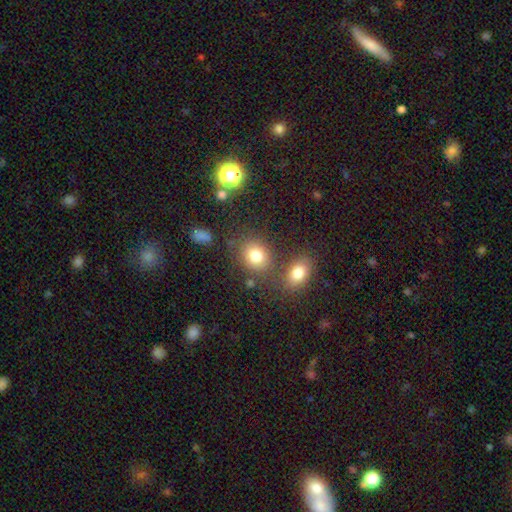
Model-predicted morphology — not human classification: A smooth galaxy with no disk features (78%) that is round (61%). Merging: none (71%).